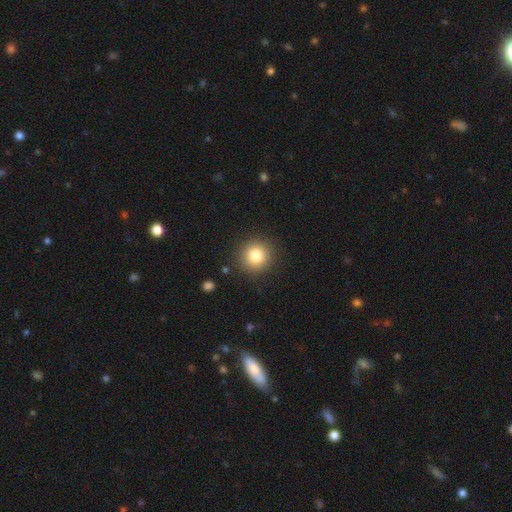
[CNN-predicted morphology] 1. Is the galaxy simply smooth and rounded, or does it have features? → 83% smooth, 11% star or artifact, 6% featured or disk.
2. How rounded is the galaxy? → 93% round, 6% in between, 1% cigar-shaped.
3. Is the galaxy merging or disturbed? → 89% none, 7% minor disturbance, 3% major disturbance, 1% merger.